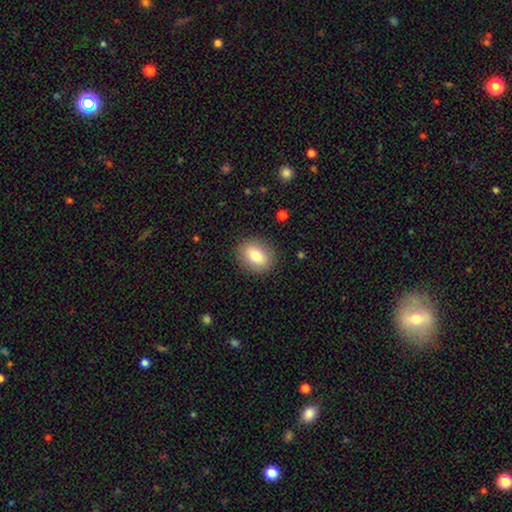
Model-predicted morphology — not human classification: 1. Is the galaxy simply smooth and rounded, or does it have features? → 80% smooth, 12% featured or disk, 8% star or artifact.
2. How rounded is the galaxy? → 64% in between, 35% round, 2% cigar-shaped.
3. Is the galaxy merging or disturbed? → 88% none, 8% minor disturbance, 3% major disturbance, 1% merger.